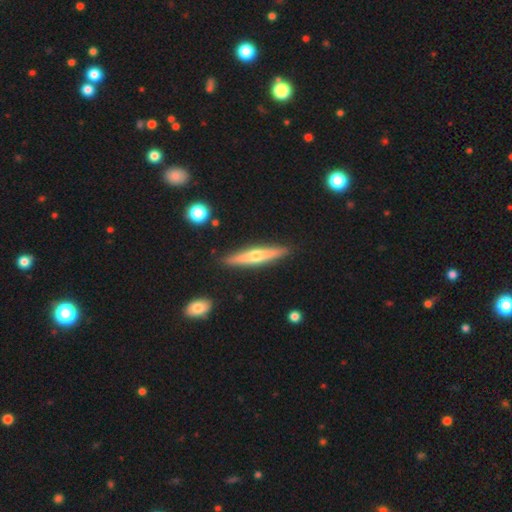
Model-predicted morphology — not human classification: Smooth or featured? Predicted: featured or disk (p=0.60). Edge-on disk? Predicted: yes (p=0.95). Edge-on bulge? Predicted: rounded (p=0.89). Merging? Predicted: none (p=0.90).